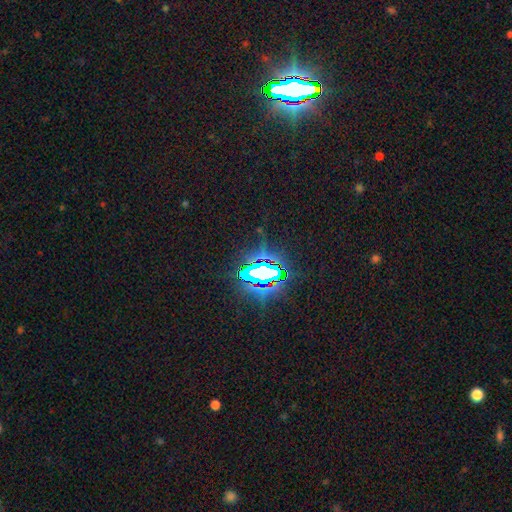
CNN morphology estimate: A star or artifact, not a galaxy (82%).

Vote fractions:
- Smooth or featured? star or artifact: 82% / smooth: 11% / featured or disk: 8%